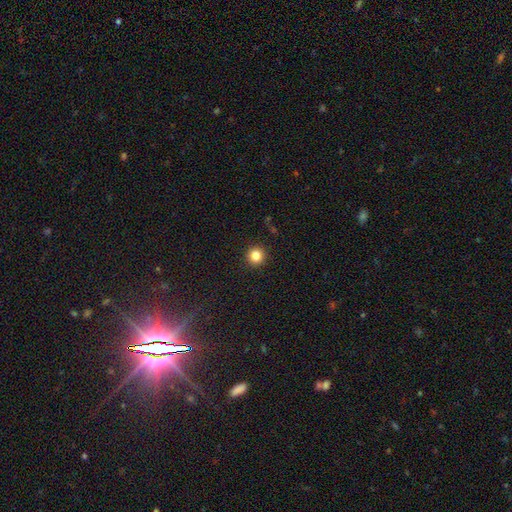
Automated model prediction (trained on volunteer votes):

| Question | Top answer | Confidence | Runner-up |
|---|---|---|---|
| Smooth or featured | smooth | 84% | star or artifact (12%) |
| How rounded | round | 94% | in between (5%) |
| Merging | none | 92% | minor disturbance (5%) |